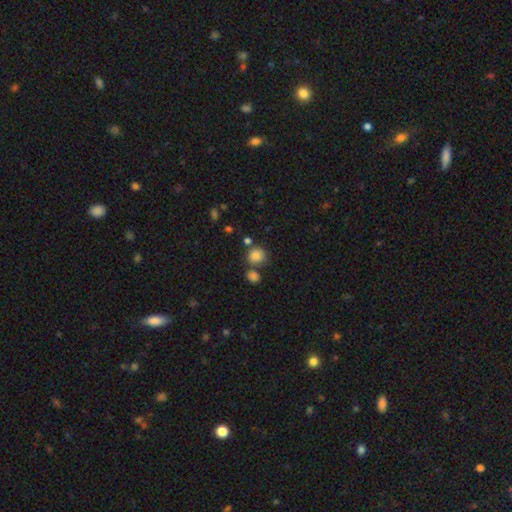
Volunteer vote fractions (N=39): Morphology: type=smooth (90%); roundness=round (94%); merging=none (57%).